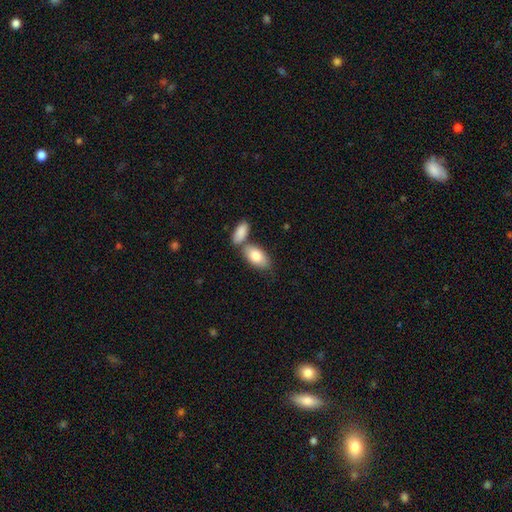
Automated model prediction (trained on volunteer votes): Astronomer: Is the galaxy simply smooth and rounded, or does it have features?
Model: smooth — 82%.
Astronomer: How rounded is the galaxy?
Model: in between — 93%.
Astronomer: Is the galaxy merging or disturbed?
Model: none — 49% (runner-up: merger, 35%).